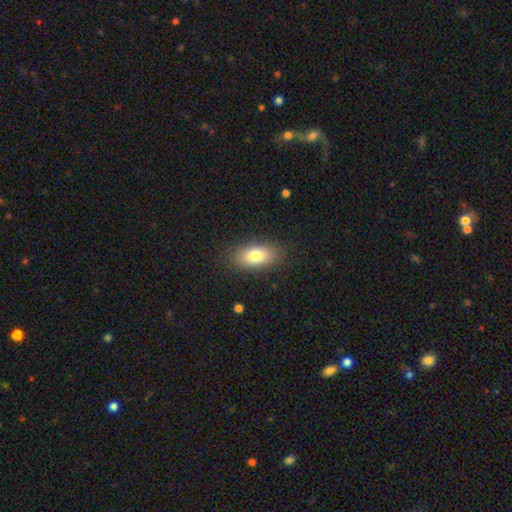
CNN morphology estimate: A smooth galaxy with no disk features (80%) that is in between round and cigar-shaped (89%). Merging: none (86%).